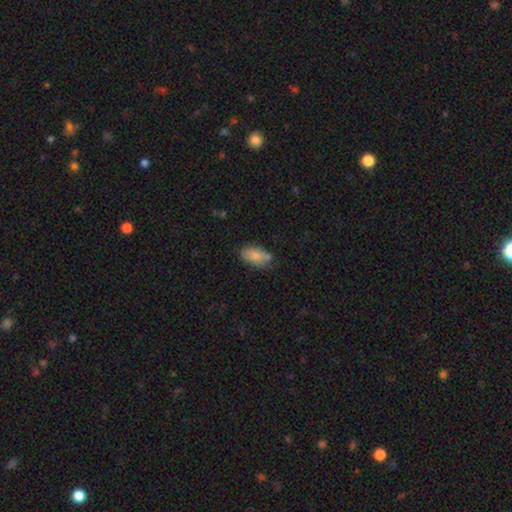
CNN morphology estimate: smooth-or-featured: smooth: 82% | featured or disk: 10% | star or artifact: 7%
  how-rounded: in between: 92% | round: 4% | cigar-shaped: 4%
  merging: none: 65% | minor disturbance: 22% | merger: 8% | major disturbance: 5%